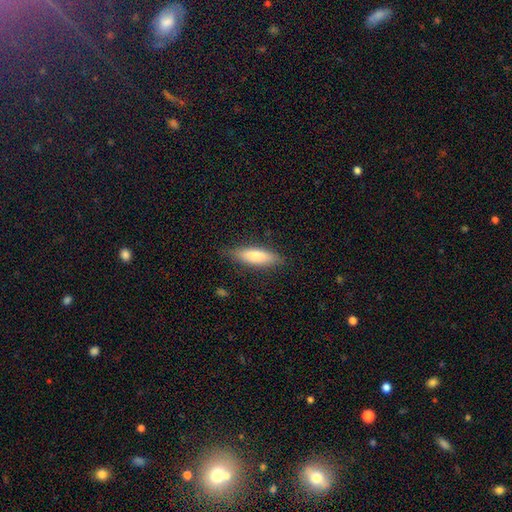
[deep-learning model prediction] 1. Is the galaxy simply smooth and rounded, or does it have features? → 72% smooth, 22% featured or disk, 6% star or artifact.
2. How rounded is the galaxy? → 55% cigar-shaped, 43% in between, 2% round.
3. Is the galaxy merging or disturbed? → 83% none, 13% minor disturbance, 3% major disturbance, 1% merger.